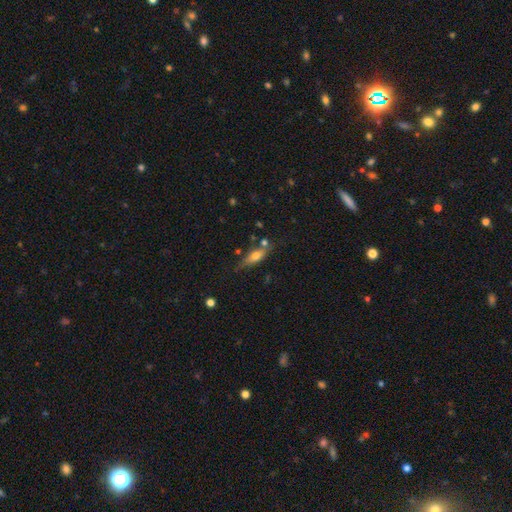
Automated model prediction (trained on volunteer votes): Smooth or featured? Predicted: smooth (p=0.56). How rounded? Predicted: in between (p=0.58). Merging? Predicted: none (p=0.61).